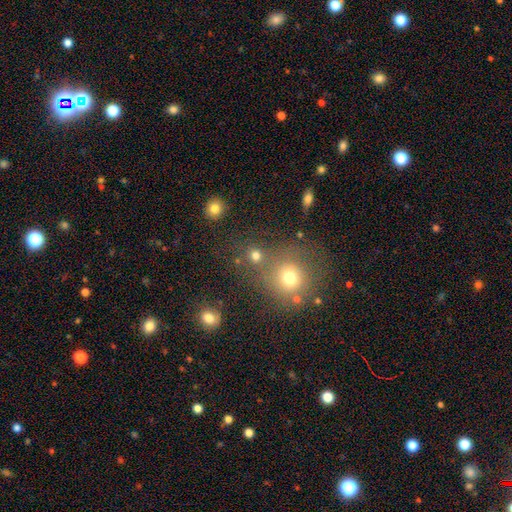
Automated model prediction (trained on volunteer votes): This appears to be a smooth galaxy with no disk features (74%) that is round (88%). Merging: none (66%).